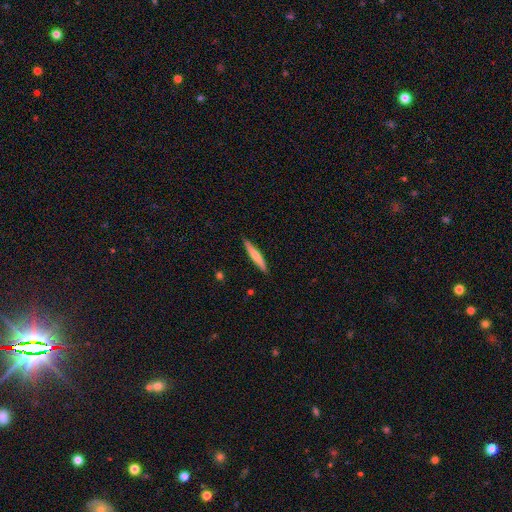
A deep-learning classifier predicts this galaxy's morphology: The model was most divided on "smooth or featured": smooth: 61%, featured or disk: 33%, star or artifact: 5%. More confident: how rounded — cigar-shaped (93%); merging — none (89%).